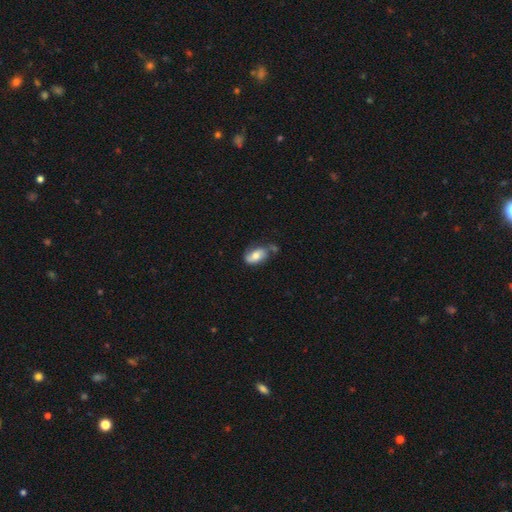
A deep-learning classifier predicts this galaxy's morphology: Smooth or featured? Predicted: smooth (p=0.57). How rounded? Predicted: in between (p=0.89). Merging? Predicted: none (p=0.44).